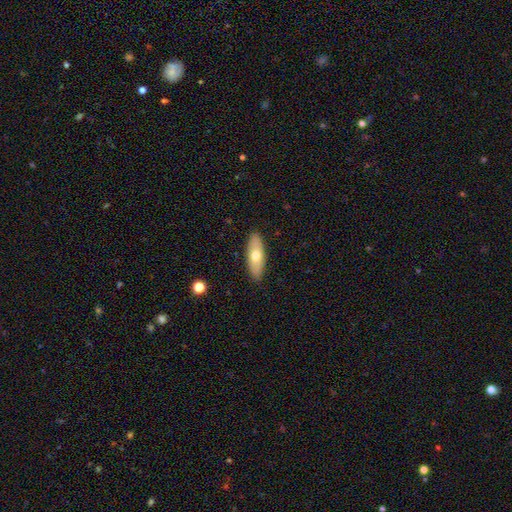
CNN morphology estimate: Smooth or featured? Predicted: smooth (p=0.63). How rounded? Predicted: in between (p=0.70). Merging? Predicted: none (p=0.89).